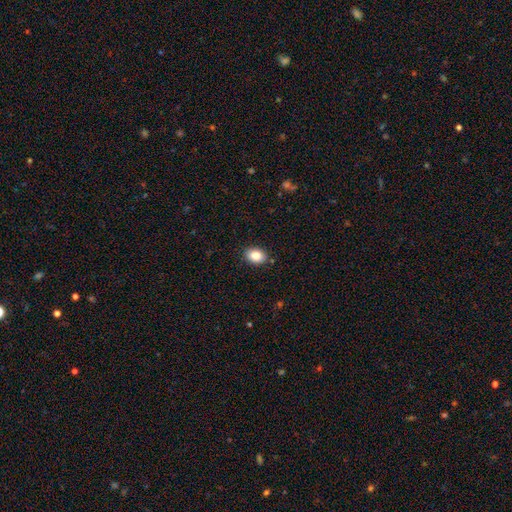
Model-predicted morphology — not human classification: Smooth or featured?
  - smooth: 86% *
  - star or artifact: 8%
  - featured or disk: 6%
How rounded?
  - in between: 72% *
  - round: 27%
  - cigar-shaped: 1%
Merging?
  - none: 88% *
  - minor disturbance: 9%
  - major disturbance: 2%
  - merger: 1%